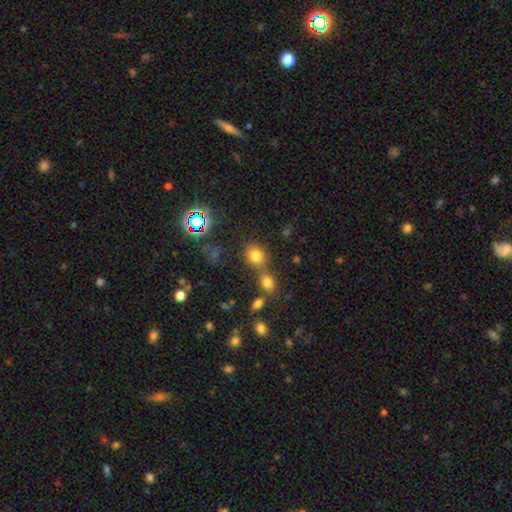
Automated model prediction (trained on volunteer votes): A smooth galaxy with no disk features (75%) that is round (74%).

Vote fractions:
- Smooth or featured? smooth: 75% / star or artifact: 17% / featured or disk: 7%
- How rounded? round: 74% / in between: 25% / cigar-shaped: 1%
- Merging? none: 58% / merger: 28% / minor disturbance: 9% / major disturbance: 4%